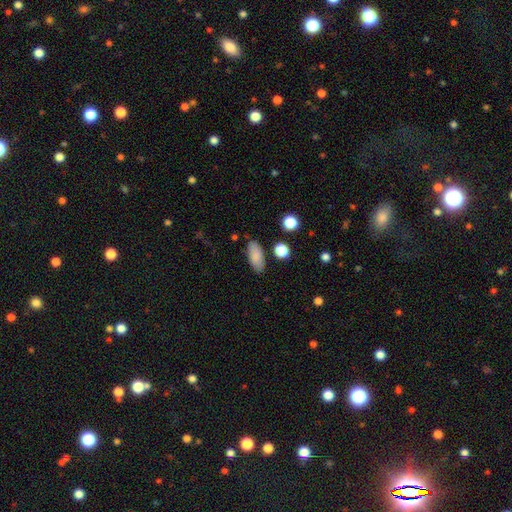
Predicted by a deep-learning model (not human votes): smooth 86%, star or artifact 8%, featured or disk 7%. Down the decision tree: how rounded — in between (84%); merging — none (83%).